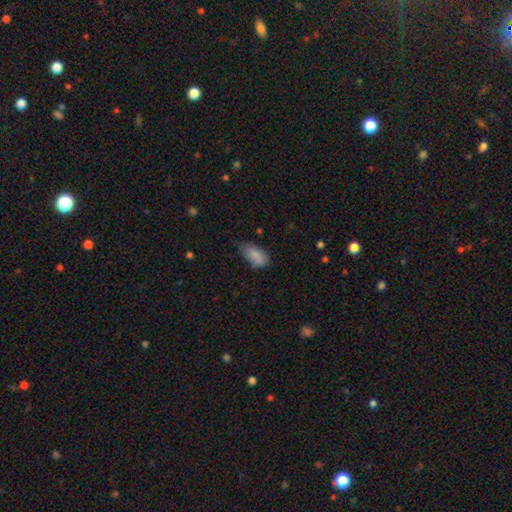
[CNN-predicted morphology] A smooth galaxy with no disk features (85%) that is in between round and cigar-shaped (92%).

Vote fractions:
- Smooth or featured? smooth: 85% / star or artifact: 8% / featured or disk: 8%
- How rounded? in between: 92% / cigar-shaped: 5% / round: 3%
- Merging? none: 59% / minor disturbance: 31% / major disturbance: 8% / merger: 3%